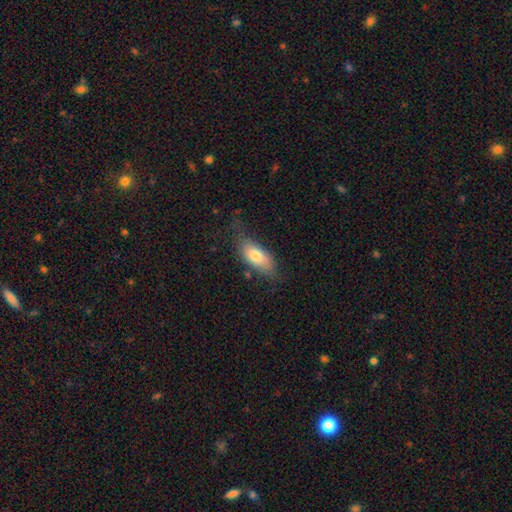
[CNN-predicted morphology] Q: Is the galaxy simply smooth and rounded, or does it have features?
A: smooth — 74%.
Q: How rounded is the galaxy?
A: in between — 85%.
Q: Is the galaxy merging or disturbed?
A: none — 57%.